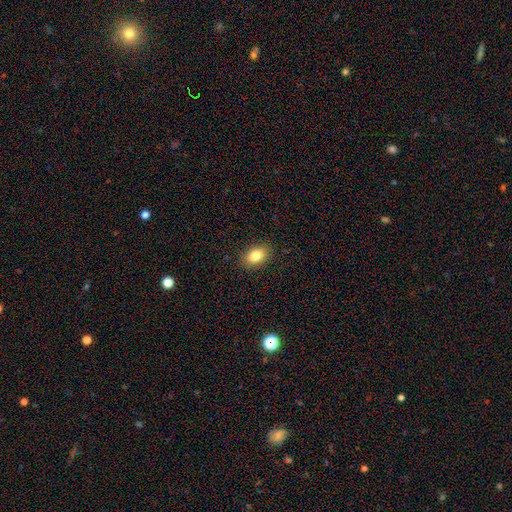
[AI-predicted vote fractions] Smooth or featured? smooth (83%)
How rounded? in between (81%)
Merging? none (89%)